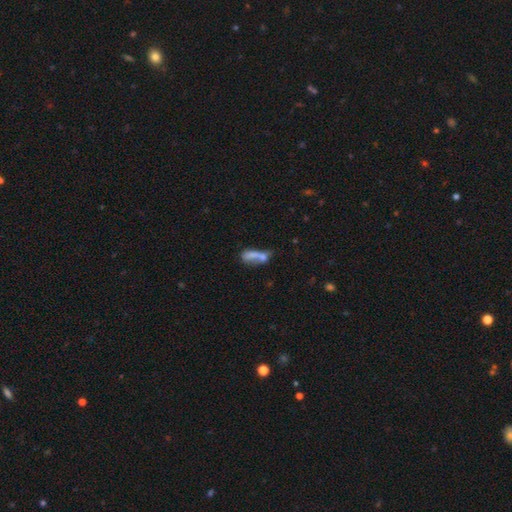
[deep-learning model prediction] Smooth or featured? Predicted: smooth (p=0.64). How rounded? Predicted: in between (p=0.58). Merging? Predicted: merger (p=0.48).